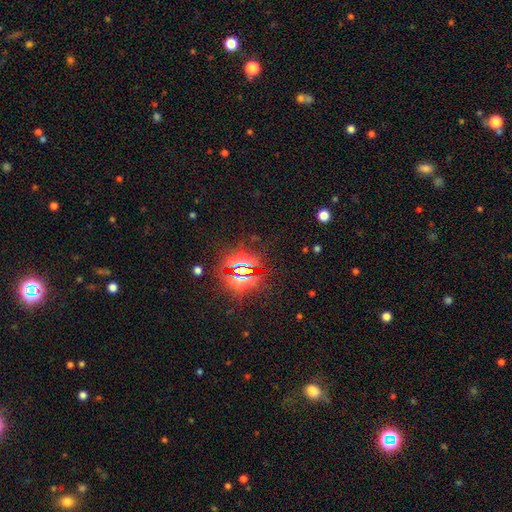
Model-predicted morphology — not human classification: This appears to be a star or artifact, not a galaxy (84%).